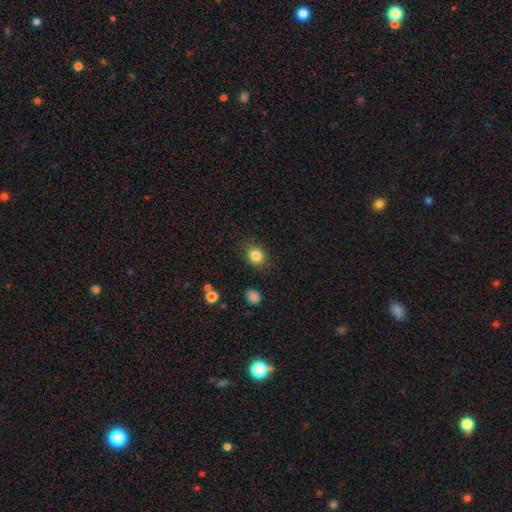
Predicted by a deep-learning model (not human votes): A smooth galaxy with no disk features (84%) that is round (65%).

Vote fractions:
- Smooth or featured? smooth: 84% / star or artifact: 10% / featured or disk: 6%
- How rounded? round: 65% / in between: 34% / cigar-shaped: 1%
- Merging? none: 83% / minor disturbance: 12% / major disturbance: 3% / merger: 1%